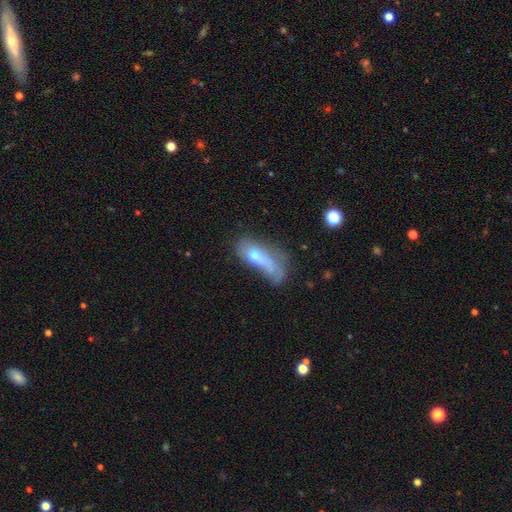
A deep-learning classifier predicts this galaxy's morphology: Q: Smooth or featured?
A: smooth (56%); runner-up: featured or disk (34%)
Q: How rounded?
A: in between (62%); runner-up: cigar-shaped (32%)
Q: Merging?
A: major disturbance (44%); runner-up: minor disturbance (20%)